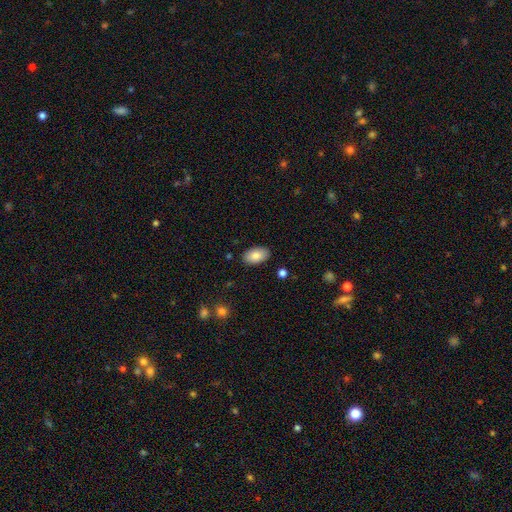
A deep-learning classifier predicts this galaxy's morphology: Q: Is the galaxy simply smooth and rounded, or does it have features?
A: smooth — 83%.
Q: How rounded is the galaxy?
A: in between — 94%.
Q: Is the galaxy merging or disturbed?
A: none — 87%.